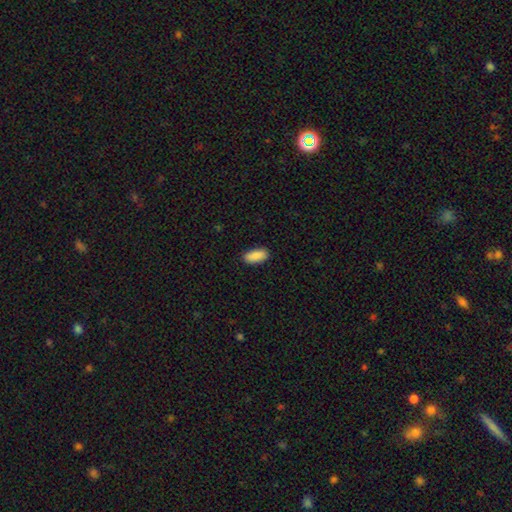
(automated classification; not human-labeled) smooth_or_featured: smooth (p=0.91) [alt: star or artifact p=0.06]
how_rounded: in between (p=0.89) [alt: cigar-shaped p=0.09]
merging: none (p=0.90) [alt: minor disturbance p=0.08]